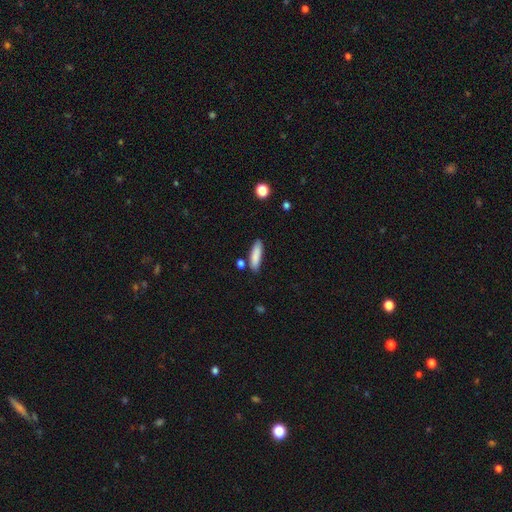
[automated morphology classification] smooth-or-featured: smooth: 86% | featured or disk: 8% | star or artifact: 6%
  how-rounded: cigar-shaped: 61% | in between: 37% | round: 2%
  merging: none: 79% | minor disturbance: 13% | merger: 5% | major disturbance: 3%